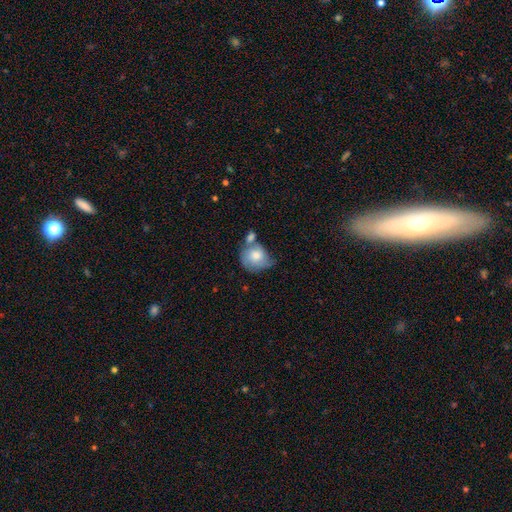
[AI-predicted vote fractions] Smooth or featured?
  - smooth: 68% *
  - featured or disk: 25%
  - star or artifact: 7%
How rounded?
  - round: 70% *
  - in between: 29%
  - cigar-shaped: 1%
Merging?
  - merger: 34% *
  - none: 32%
  - minor disturbance: 23%
  - major disturbance: 11%